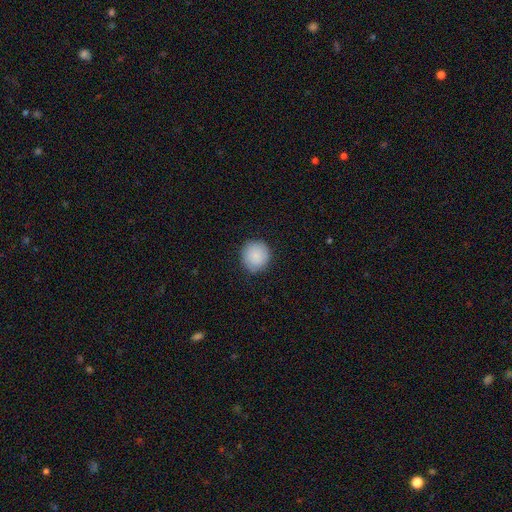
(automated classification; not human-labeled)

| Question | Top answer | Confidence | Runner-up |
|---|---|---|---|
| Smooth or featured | smooth | 89% | star or artifact (6%) |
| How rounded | round | 92% | in between (7%) |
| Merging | none | 86% | minor disturbance (11%) |